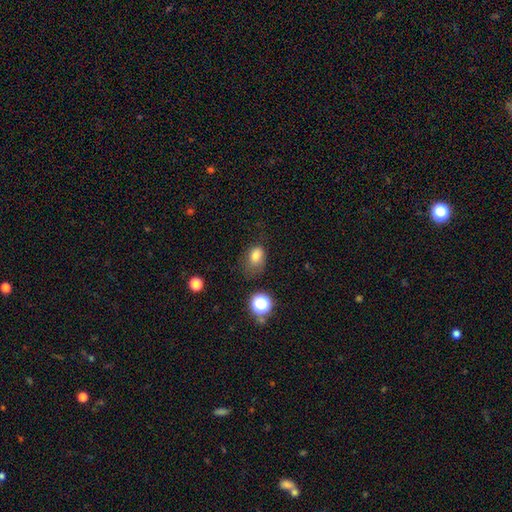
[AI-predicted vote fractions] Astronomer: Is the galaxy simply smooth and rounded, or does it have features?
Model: smooth — 78%.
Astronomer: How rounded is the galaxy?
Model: in between — 69%.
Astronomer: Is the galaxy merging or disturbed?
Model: none — 46% (runner-up: minor disturbance, 33%).